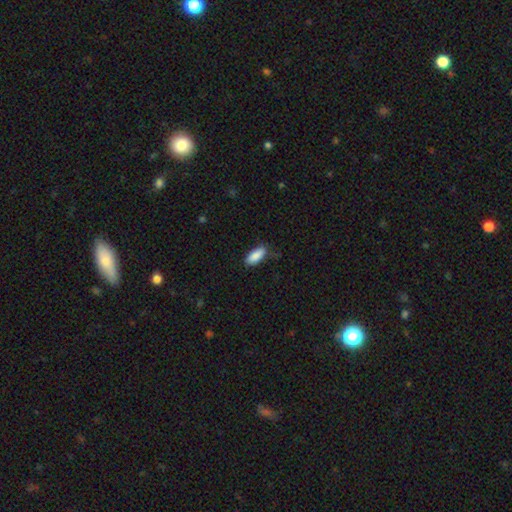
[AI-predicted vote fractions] smooth 89%, star or artifact 6%, featured or disk 5%. Down the decision tree: how rounded — in between (80%); merging — none (79%).